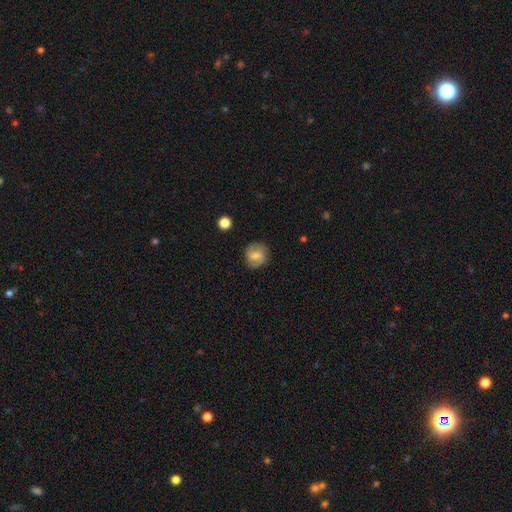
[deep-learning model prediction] Q: Smooth or featured?
A: smooth (49%); runner-up: featured or disk (43%)
Q: Merging?
A: none (79%); runner-up: minor disturbance (15%)